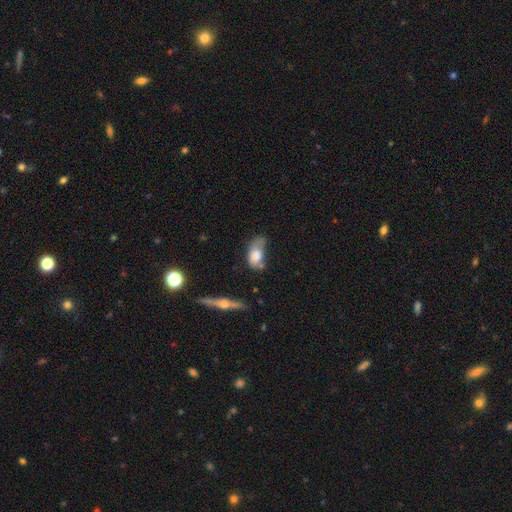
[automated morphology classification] This appears to be a smooth galaxy with no disk features (63%) that is in between round and cigar-shaped (86%). Merging: major disturbance (31%, tied with minor disturbance).